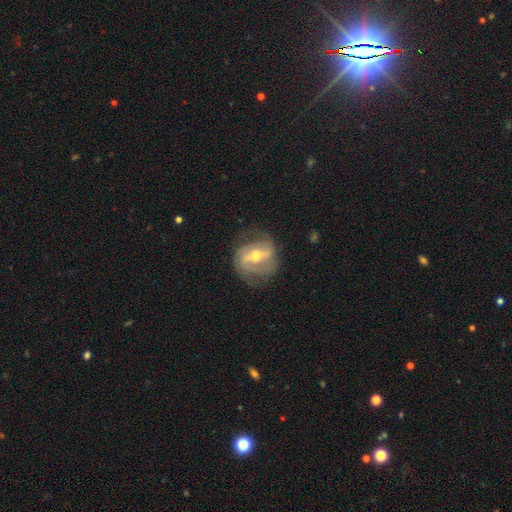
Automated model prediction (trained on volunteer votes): Smooth or featured? featured or disk (81%)
Edge-on disk? no (95%)
Bar? strong (49%)
Spiral arms? yes (86%)
Spiral winding? medium (44%)
Spiral arm count? 2 (71%)
Bulge size? moderate (53%)
Merging? none (67%)